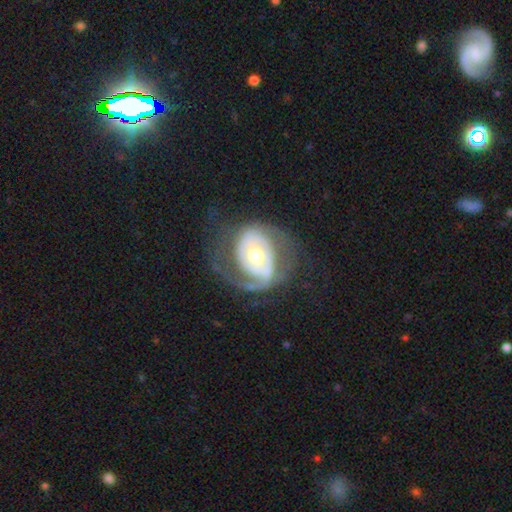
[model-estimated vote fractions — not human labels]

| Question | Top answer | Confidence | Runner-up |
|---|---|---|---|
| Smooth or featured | featured or disk | 82% | smooth (13%) |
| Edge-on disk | no | 97% | yes (3%) |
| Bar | no | 68% | weak (24%) |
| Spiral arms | yes | 86% | no (14%) |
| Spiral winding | tight | 45% | medium (36%) |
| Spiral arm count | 2 | 54% | 1 (22%) |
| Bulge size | moderate | 72% | small (18%) |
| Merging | none | 55% | major disturbance (24%) |